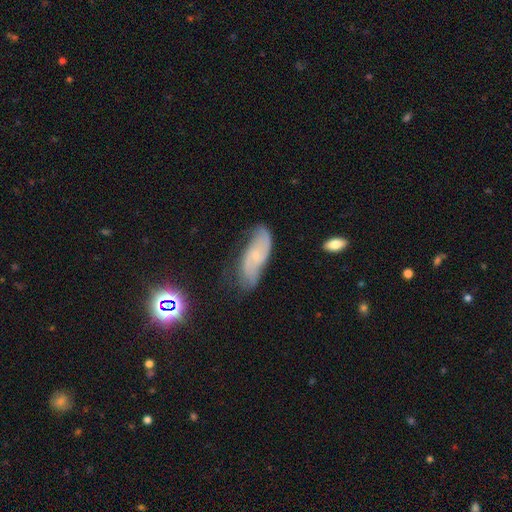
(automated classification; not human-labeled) Smooth or featured? Predicted: featured or disk (p=0.68). Edge-on disk? Predicted: no (p=0.91). Bar? Predicted: no (p=0.65). Spiral arms? Predicted: yes (p=0.92). Spiral winding? Predicted: medium (p=0.44). Spiral arm count? Predicted: 2 (p=0.68). Bulge size? Predicted: small (p=0.75). Merging? Predicted: none (p=0.59).